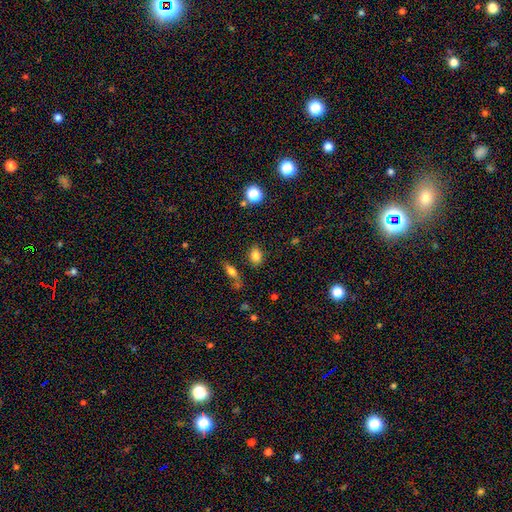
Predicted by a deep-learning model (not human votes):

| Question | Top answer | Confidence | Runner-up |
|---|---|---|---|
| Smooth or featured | smooth | 82% | star or artifact (11%) |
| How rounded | in between | 67% | round (30%) |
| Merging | none | 81% | minor disturbance (11%) |